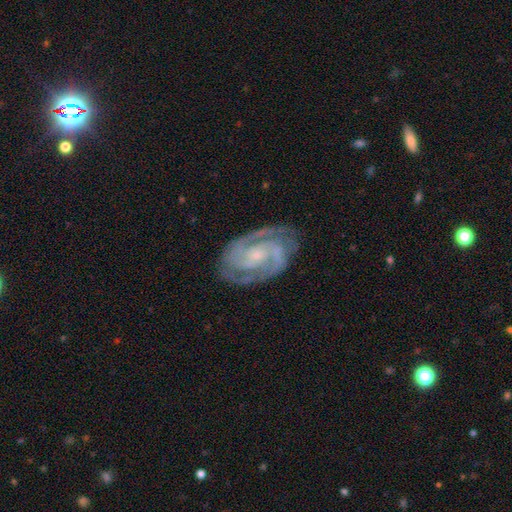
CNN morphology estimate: A featured or disk galaxy (91%) with no bar (56%), 2 (68%) tight (57%) spiral arms (98%) and a small central bulge (77%). Merging: none (78%).